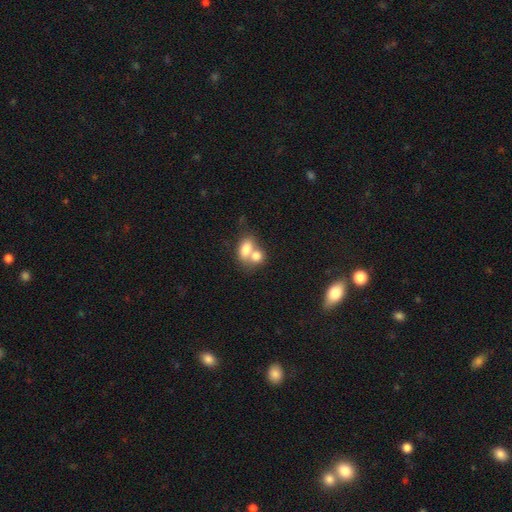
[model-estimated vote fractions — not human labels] Smooth or featured? smooth (76%)
How rounded? in between (69%)
Merging? merger (66%)